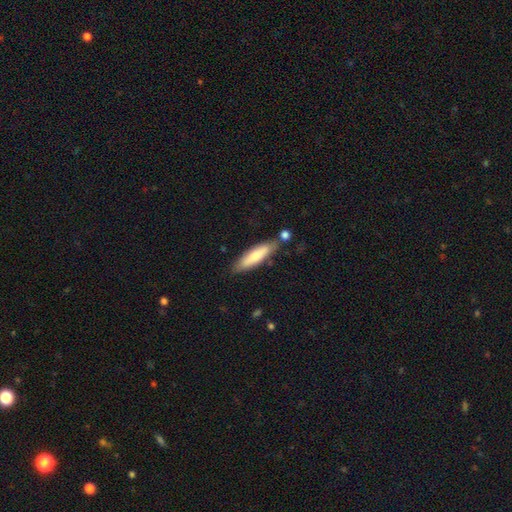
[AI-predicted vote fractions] smooth_or_featured: smooth (p=0.67) [alt: featured or disk p=0.28]
how_rounded: cigar-shaped (p=0.69) [alt: in between p=0.30]
merging: none (p=0.72) [alt: minor disturbance p=0.15]